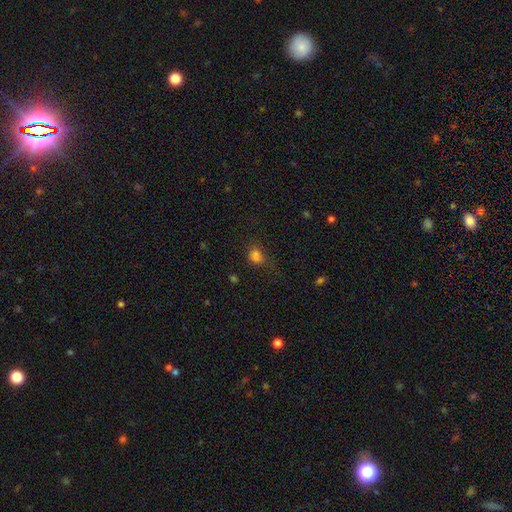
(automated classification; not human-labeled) Morphology: type=smooth (73%); roundness=round (51%); merging=none (44%).